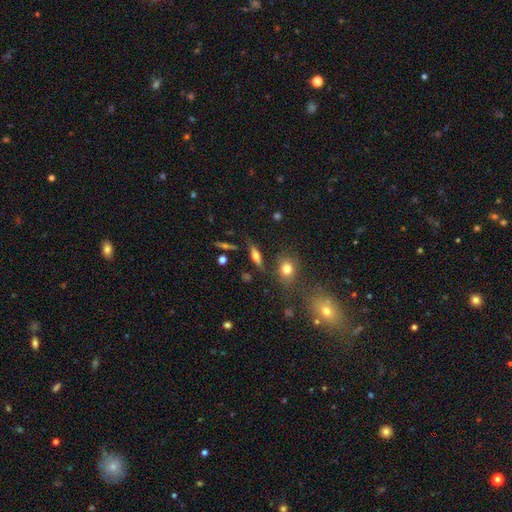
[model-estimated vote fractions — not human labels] A smooth galaxy with no disk features (45%).

Vote fractions:
- Smooth or featured? smooth: 45% / featured or disk: 44% / star or artifact: 11%
- Merging? none: 73% / minor disturbance: 15% / merger: 6% / major disturbance: 6%